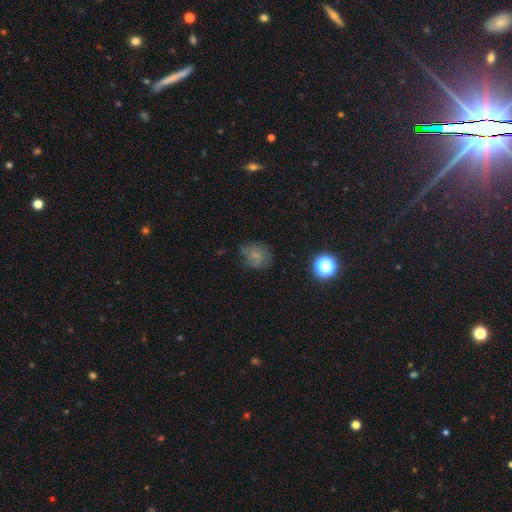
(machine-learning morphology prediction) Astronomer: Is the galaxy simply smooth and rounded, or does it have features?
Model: smooth — 56%.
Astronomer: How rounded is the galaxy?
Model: round — 69%.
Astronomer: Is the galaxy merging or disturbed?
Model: none — 57%.